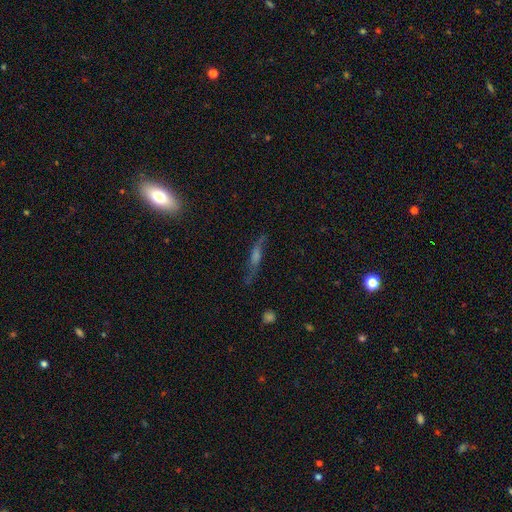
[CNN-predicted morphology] Smooth or featured: featured or disk — 56% (smooth — 28%)
Edge-on disk: yes — 68% (no — 32%)
Merging: none — 72% (minor disturbance — 18%)